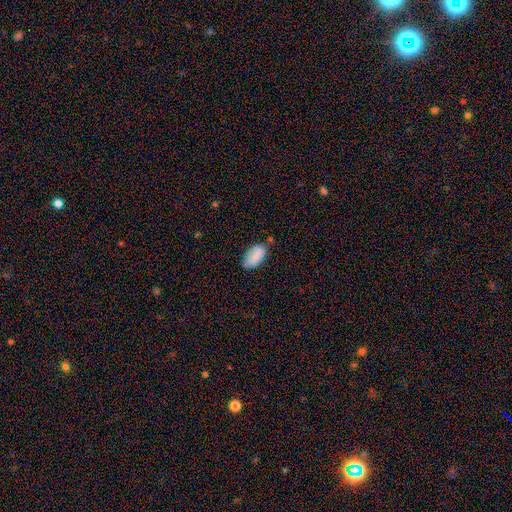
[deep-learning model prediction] smooth-or-featured: smooth: 83% | featured or disk: 9% | star or artifact: 7%
  how-rounded: in between: 94% | round: 3% | cigar-shaped: 2%
  merging: none: 58% | minor disturbance: 32% | major disturbance: 6% | merger: 4%